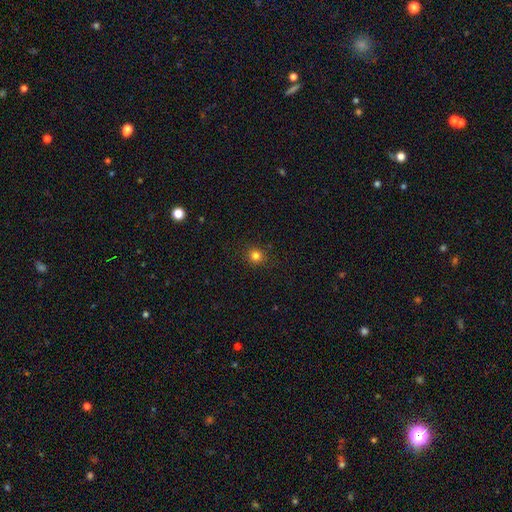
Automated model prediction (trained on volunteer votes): smooth_or_featured: smooth (p=0.81) [alt: star or artifact p=0.14]
how_rounded: round (p=0.91) [alt: in between p=0.08]
merging: none (p=0.90) [alt: minor disturbance p=0.07]